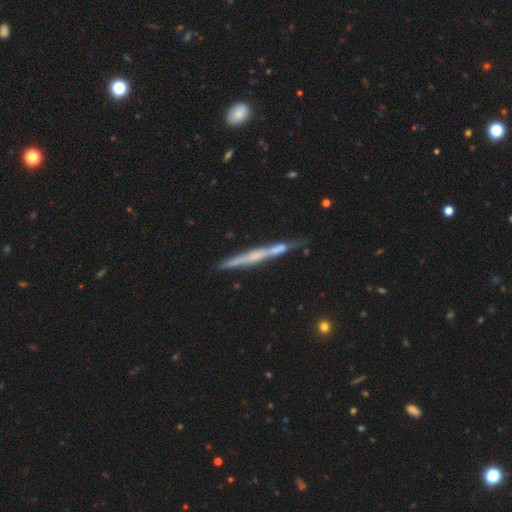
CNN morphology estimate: Smooth or featured: featured or disk — 61% (smooth — 31%)
Edge-on disk: yes — 96% (no — 4%)
Edge-on bulge: none — 63% (rounded — 30%)
Merging: none — 79% (minor disturbance — 14%)